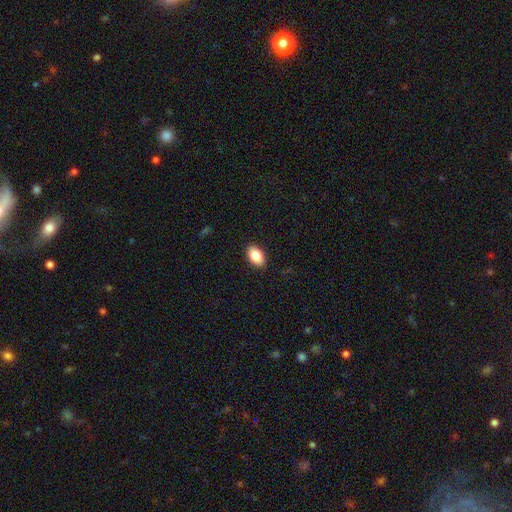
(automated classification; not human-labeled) Q: Smooth or featured?
A: smooth (86%); runner-up: star or artifact (7%)
Q: How rounded?
A: in between (92%); runner-up: round (6%)
Q: Merging?
A: none (90%); runner-up: minor disturbance (7%)